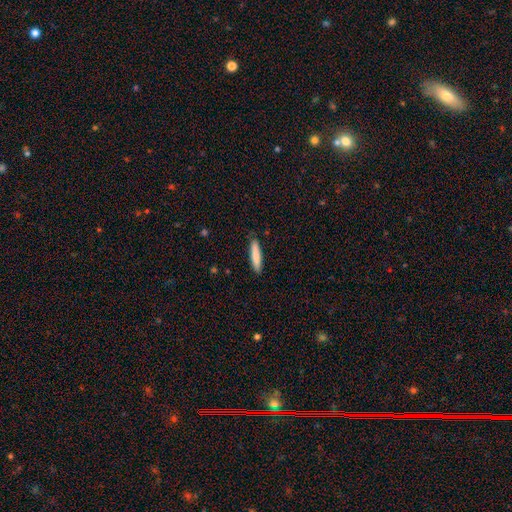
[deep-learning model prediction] smooth_or_featured: smooth (p=0.83) [alt: featured or disk p=0.11]
how_rounded: cigar-shaped (p=0.85) [alt: in between p=0.14]
merging: none (p=0.86) [alt: minor disturbance p=0.11]